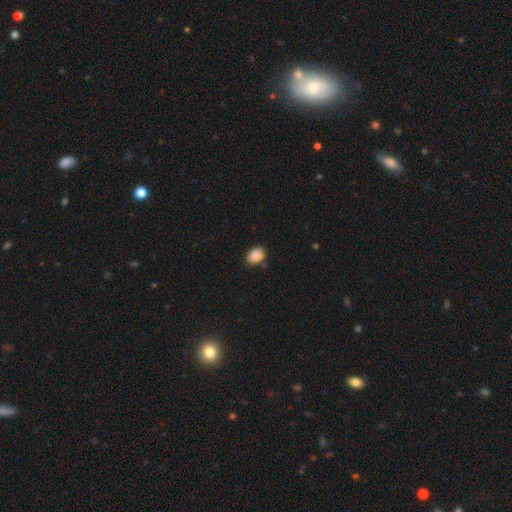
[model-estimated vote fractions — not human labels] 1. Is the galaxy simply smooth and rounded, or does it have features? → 88% smooth, 8% star or artifact, 4% featured or disk.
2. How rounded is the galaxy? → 71% in between, 28% round, 1% cigar-shaped.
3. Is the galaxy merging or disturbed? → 75% none, 18% minor disturbance, 4% merger, 3% major disturbance.